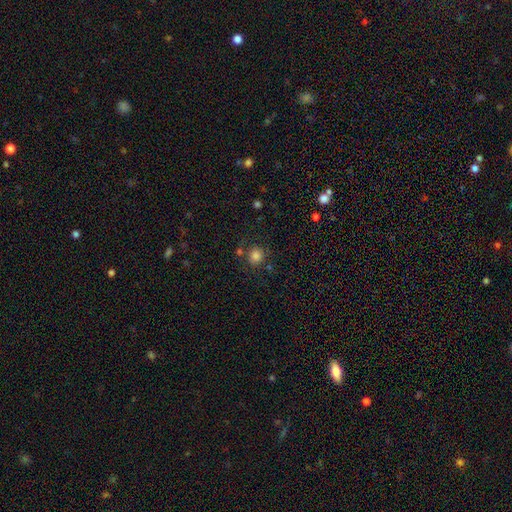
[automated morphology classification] type=smooth (82%); roundness=round (88%); merging=none (76%).